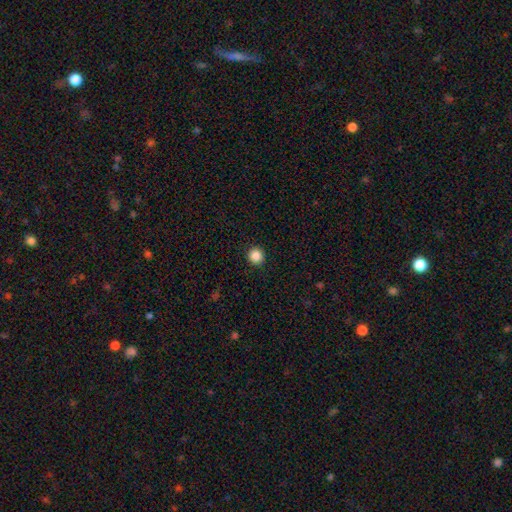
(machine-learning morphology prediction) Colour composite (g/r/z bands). It shows a smooth galaxy with no disk features (87%) that is round (94%). Merging: none (93%).